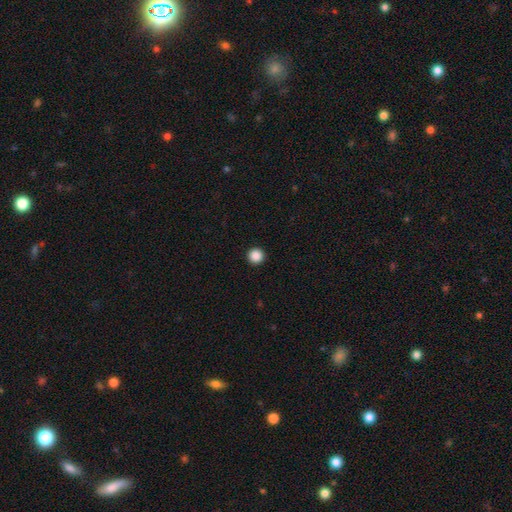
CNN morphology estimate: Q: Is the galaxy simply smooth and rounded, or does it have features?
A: smooth — 88%.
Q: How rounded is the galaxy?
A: round — 96%.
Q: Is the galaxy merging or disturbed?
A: none — 94%.